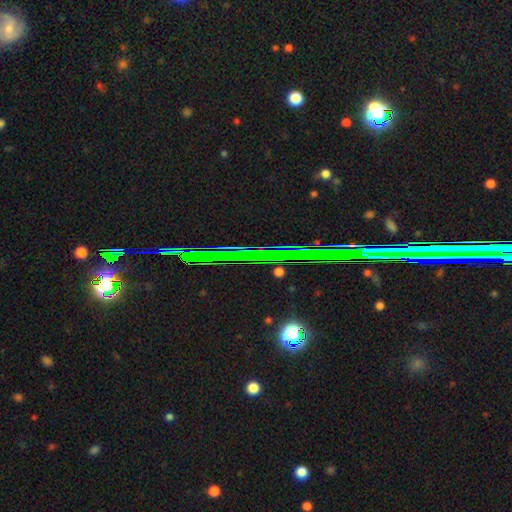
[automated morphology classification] This appears to be a star or artifact, not a galaxy (76%).